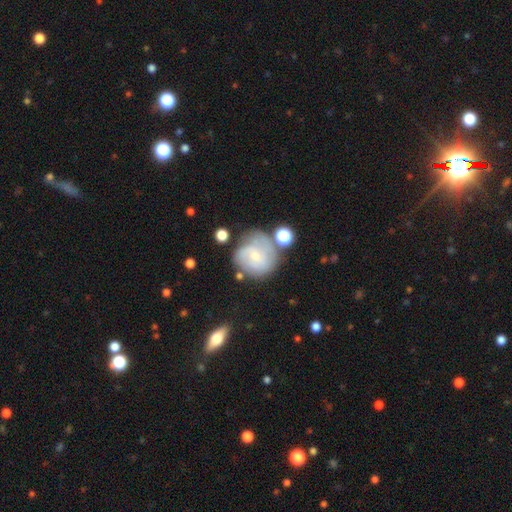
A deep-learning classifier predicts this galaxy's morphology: type=featured or disk (53%); edge-on=no (97%); bar=no (64%); spiral arms=yes (75%); bulge=small (70%); merging=none (52%).